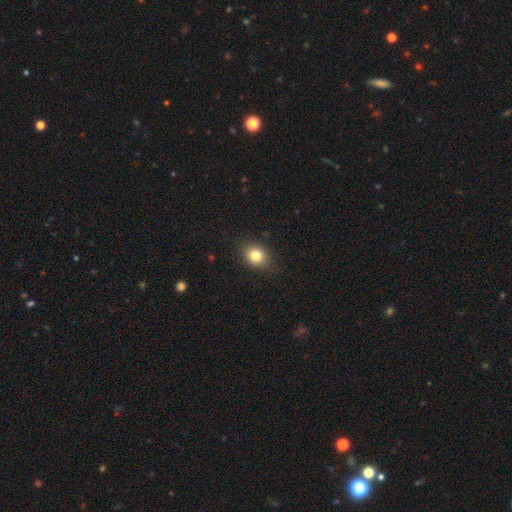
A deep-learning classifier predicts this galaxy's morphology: smooth_or_featured: smooth (p=0.82) [alt: star or artifact p=0.11]
how_rounded: round (p=0.58) [alt: in between p=0.41]
merging: none (p=0.84) [alt: minor disturbance p=0.12]